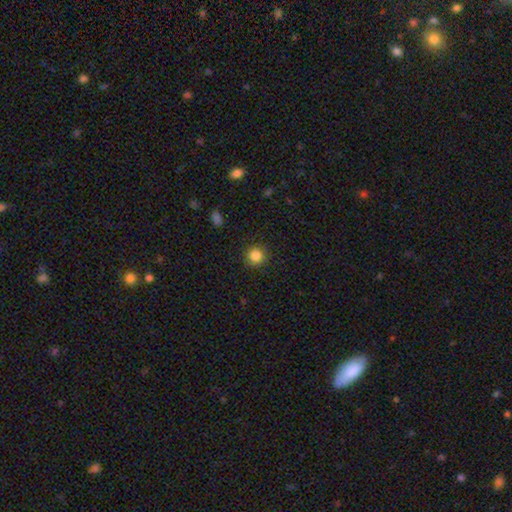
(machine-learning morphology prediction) This is clearly a smooth galaxy (84%). How rounded: clearly round (94%). Merging: clearly none (91%).